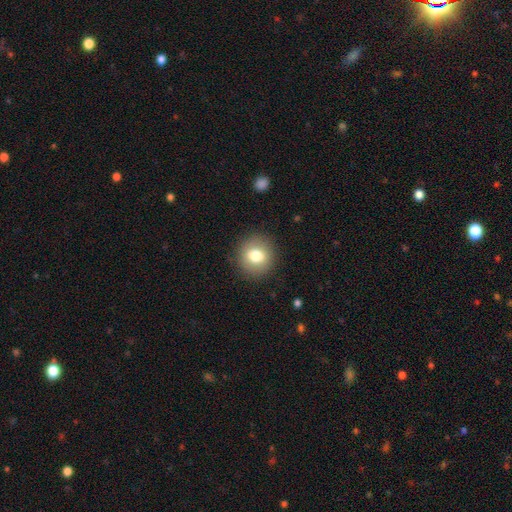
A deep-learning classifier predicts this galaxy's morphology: smooth-or-featured: smooth: 76% | featured or disk: 14% | star or artifact: 9%
  how-rounded: round: 87% | in between: 12% | cigar-shaped: 1%
  merging: none: 89% | minor disturbance: 7% | major disturbance: 3% | merger: 1%